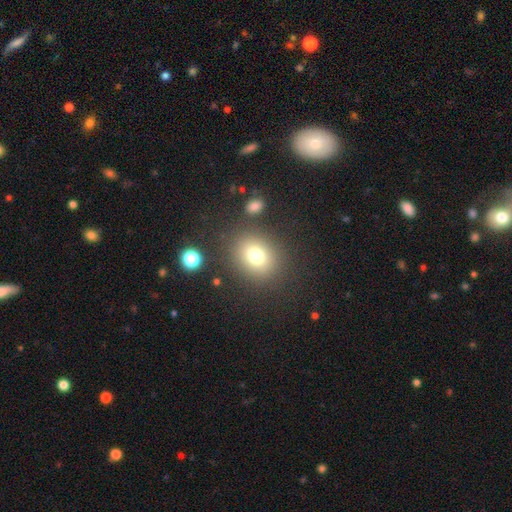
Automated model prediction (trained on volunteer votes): smooth_or_featured: smooth (p=0.76) [alt: star or artifact p=0.14]
how_rounded: round (p=0.67) [alt: in between p=0.32]
merging: none (p=0.83) [alt: minor disturbance p=0.09]